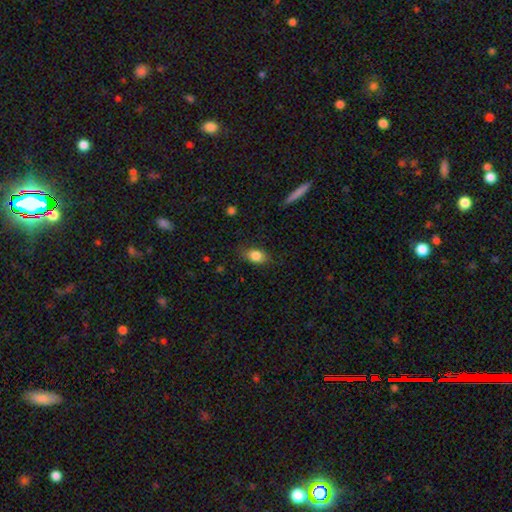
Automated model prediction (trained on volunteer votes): Smooth or featured? Predicted: smooth (p=0.84). How rounded? Predicted: in between (p=0.80). Merging? Predicted: none (p=0.79).